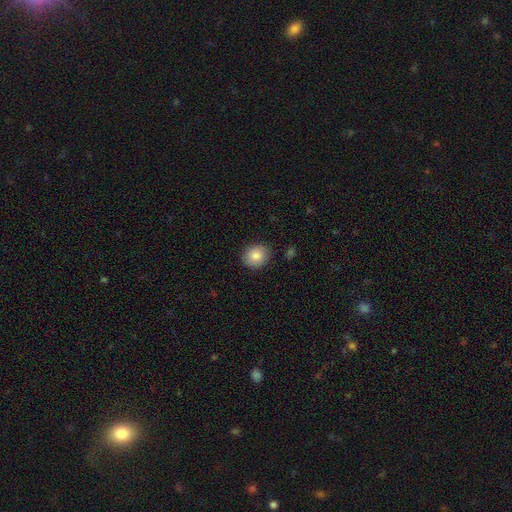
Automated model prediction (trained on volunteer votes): smooth_or_featured: smooth (p=0.85) [alt: star or artifact p=0.08]
how_rounded: round (p=0.71) [alt: in between p=0.28]
merging: none (p=0.87) [alt: minor disturbance p=0.10]